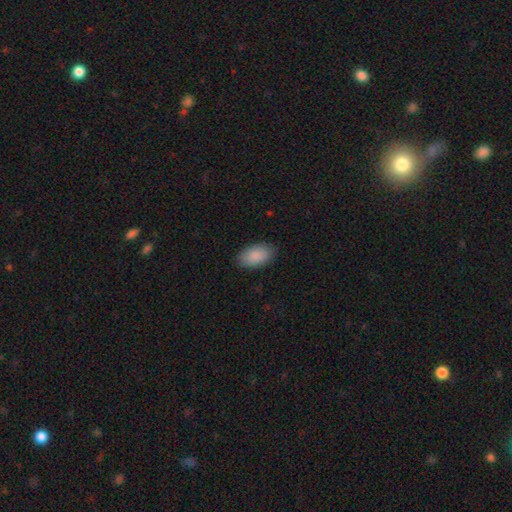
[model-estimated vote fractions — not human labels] The model was most divided on "merging": none: 87%, minor disturbance: 10%, major disturbance: 2%, merger: 1%. More confident: how rounded — in between (95%); smooth or featured — smooth (90%).